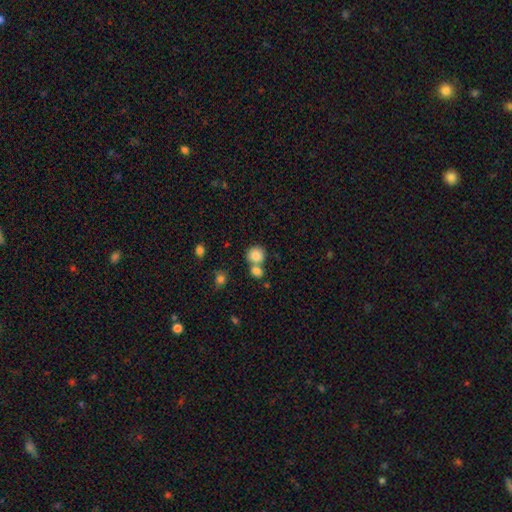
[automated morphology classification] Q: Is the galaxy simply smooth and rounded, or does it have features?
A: smooth — 82%.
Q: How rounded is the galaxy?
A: round — 83%.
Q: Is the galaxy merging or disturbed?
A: none — 51%.